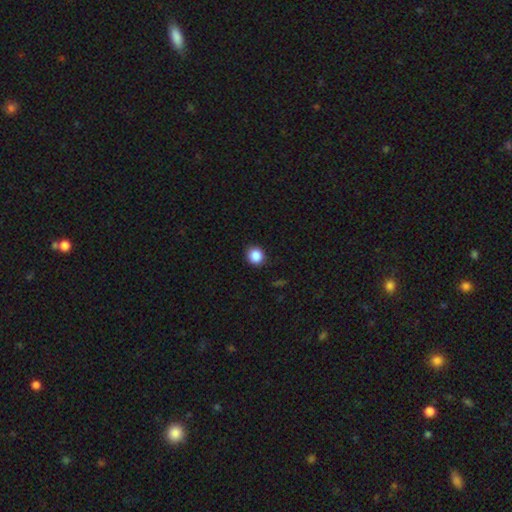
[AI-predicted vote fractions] Overall: smooth (87%). How rounded: round (88%). Merging: none (90%).